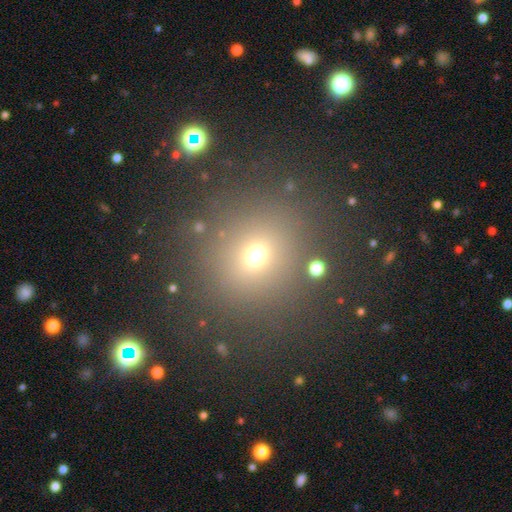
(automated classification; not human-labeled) Smooth or featured? Predicted: smooth (p=0.67). How rounded? Predicted: round (p=0.87). Merging? Predicted: none (p=0.82).